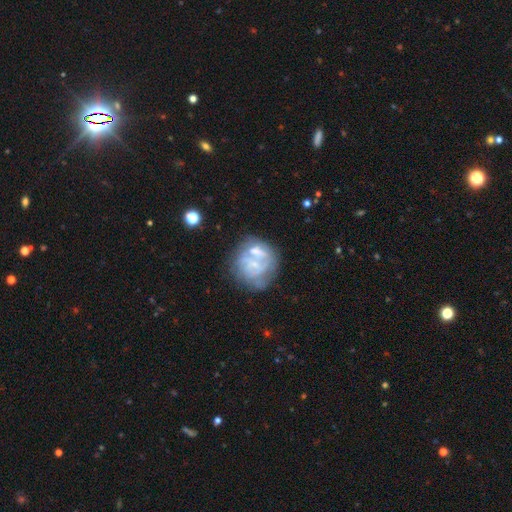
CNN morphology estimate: A featured or disk galaxy (62%) with no bar (67%), no spiral arms (57%) and a small central bulge (55%). Merging: none (43%).